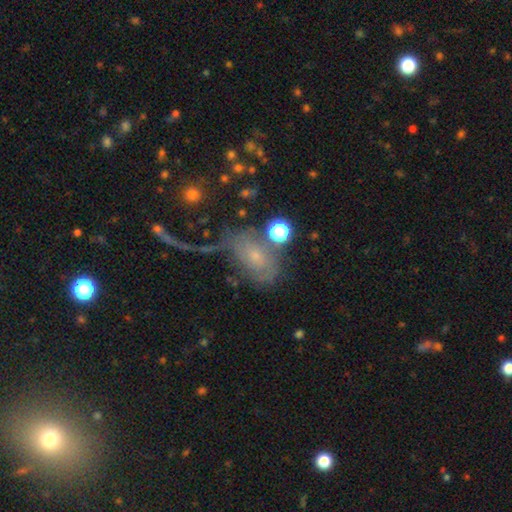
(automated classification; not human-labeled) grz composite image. It shows a smooth galaxy with no disk features (41%). Merging: none (46%).